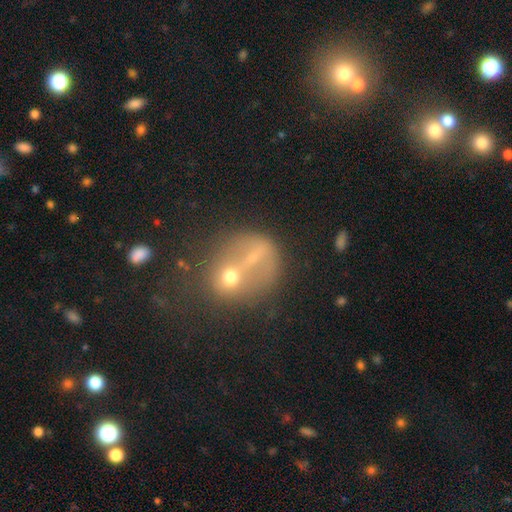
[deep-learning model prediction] smooth 46%, featured or disk 34%, star or artifact 20%. Down the decision tree: merging — merger (42%).